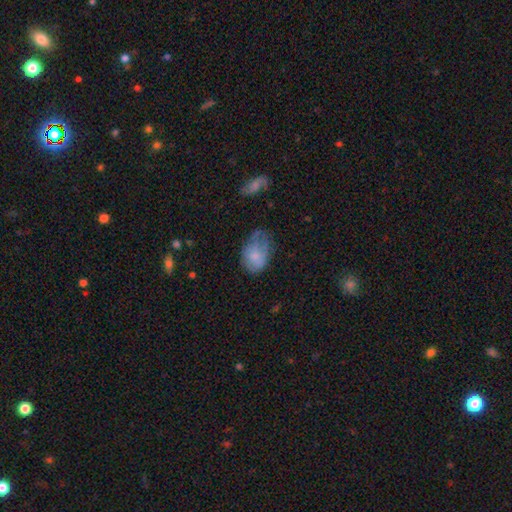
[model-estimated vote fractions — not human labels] smooth 69%, featured or disk 23%, star or artifact 8%. Down the decision tree: how rounded — in between (81%); merging — minor disturbance (38%).